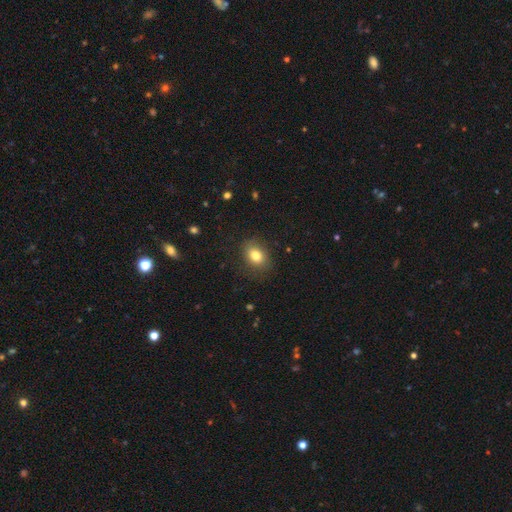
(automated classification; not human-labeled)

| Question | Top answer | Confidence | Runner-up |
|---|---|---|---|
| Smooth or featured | smooth | 80% | star or artifact (10%) |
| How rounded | in between | 67% | round (32%) |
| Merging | none | 81% | minor disturbance (14%) |